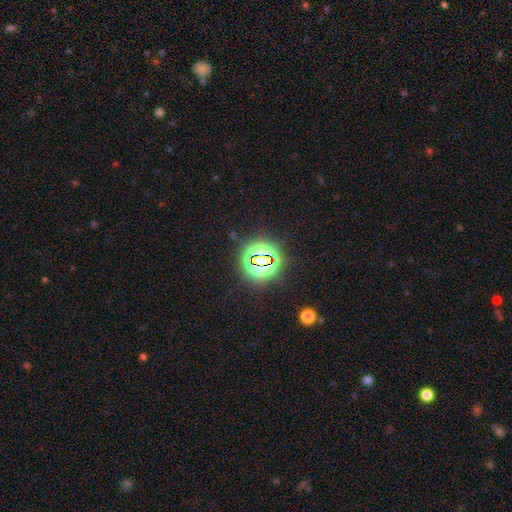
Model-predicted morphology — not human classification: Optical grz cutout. It shows a star or artifact, not a galaxy (78%).